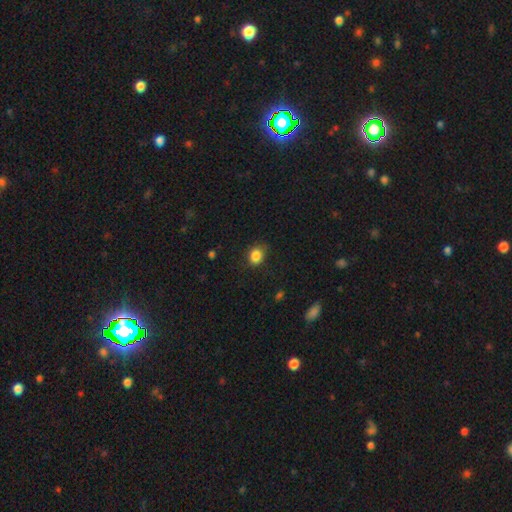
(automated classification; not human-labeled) Q: Smooth or featured?
A: smooth (86%); runner-up: star or artifact (10%)
Q: How rounded?
A: in between (50%); runner-up: round (49%)
Q: Merging?
A: none (76%); runner-up: minor disturbance (19%)